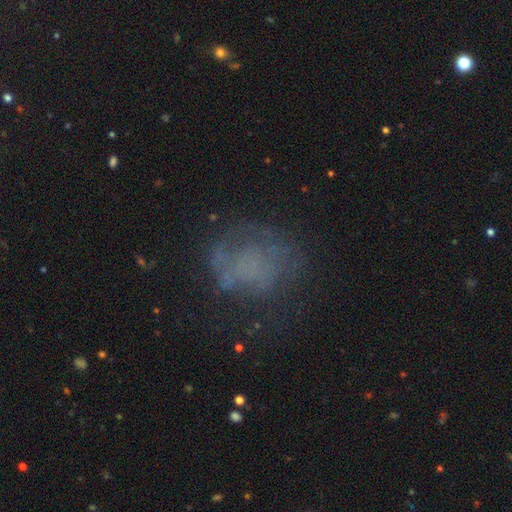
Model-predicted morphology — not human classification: Smooth or featured: featured or disk — 42% (smooth — 36%)
Merging: none — 57% (major disturbance — 20%)